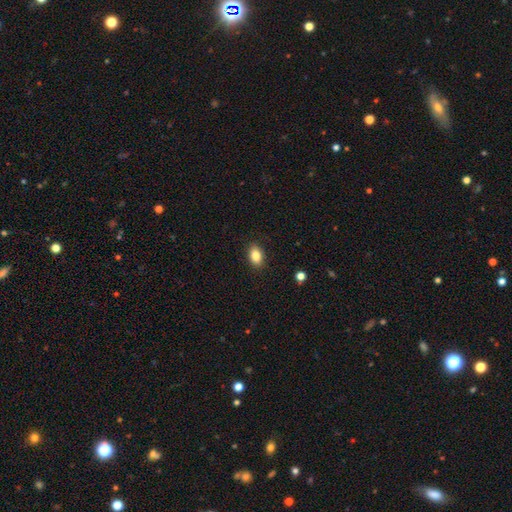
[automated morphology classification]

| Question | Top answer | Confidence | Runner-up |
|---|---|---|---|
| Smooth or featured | smooth | 84% | star or artifact (9%) |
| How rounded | in between | 86% | round (12%) |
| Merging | none | 88% | minor disturbance (9%) |